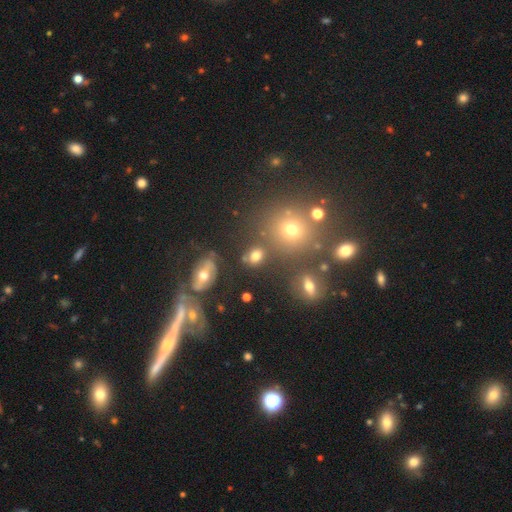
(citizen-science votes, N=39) A smooth galaxy with no disk features (77%) that is in between round and cigar-shaped (57%).

Vote fractions:
- Smooth or featured? smooth: 77% / featured or disk: 13% / star or artifact: 10%
- How rounded? in between: 57% / round: 33% / cigar-shaped: 10%
- Merging? none: 46% / minor disturbance: 31% / merger: 17% / major disturbance: 6%